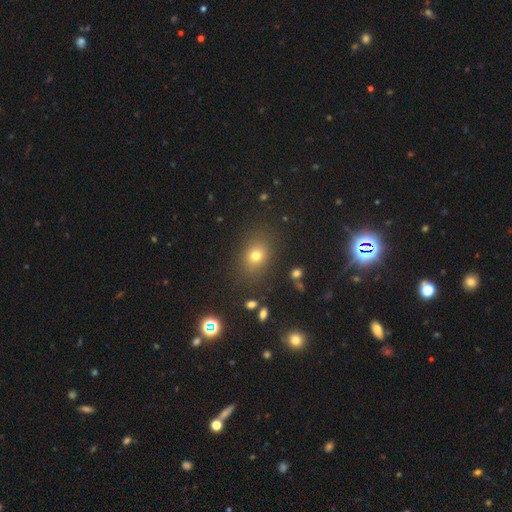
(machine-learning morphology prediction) A smooth galaxy with no disk features (73%) that is in between round and cigar-shaped (51%).

Vote fractions:
- Smooth or featured? smooth: 73% / star or artifact: 17% / featured or disk: 10%
- How rounded? in between: 51% / round: 47% / cigar-shaped: 1%
- Merging? none: 83% / minor disturbance: 10% / major disturbance: 4% / merger: 2%